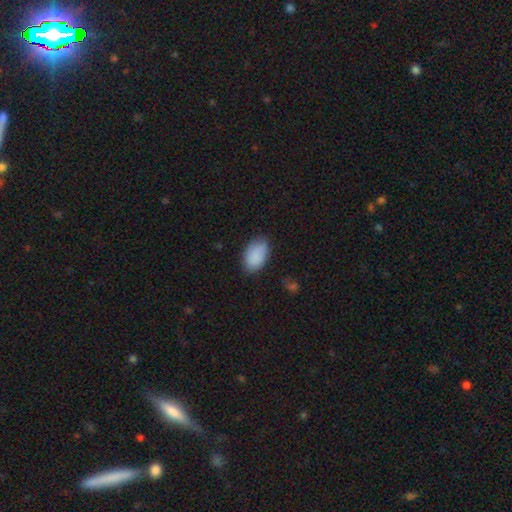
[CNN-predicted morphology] Smooth or featured? smooth (88%)
How rounded? in between (92%)
Merging? none (80%)